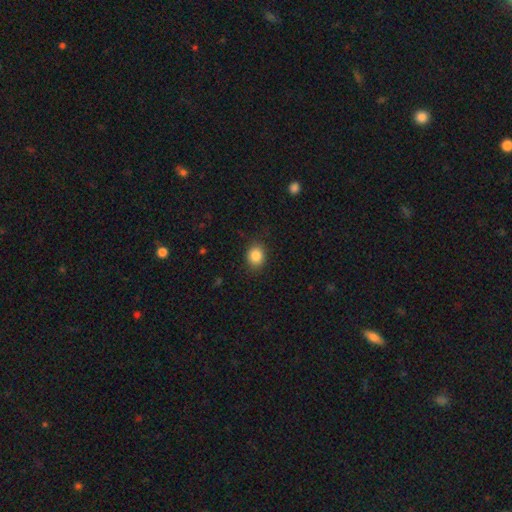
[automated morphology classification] A smooth galaxy with no disk features (86%) that is round (58%). Merging: none (86%).